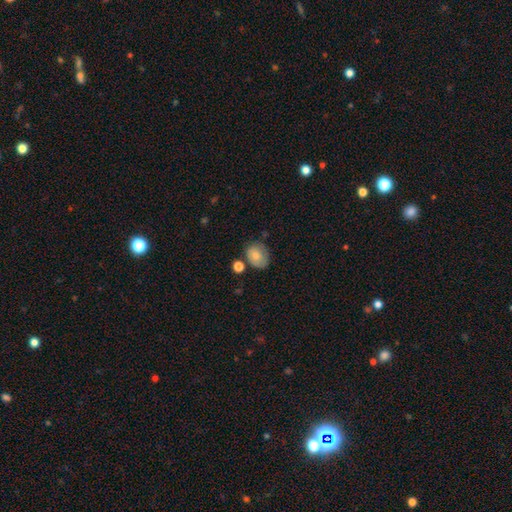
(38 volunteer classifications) smooth 68%, featured or disk 24%, star or artifact 8%. Down the decision tree: how rounded — in between (73%); merging — none (57%).